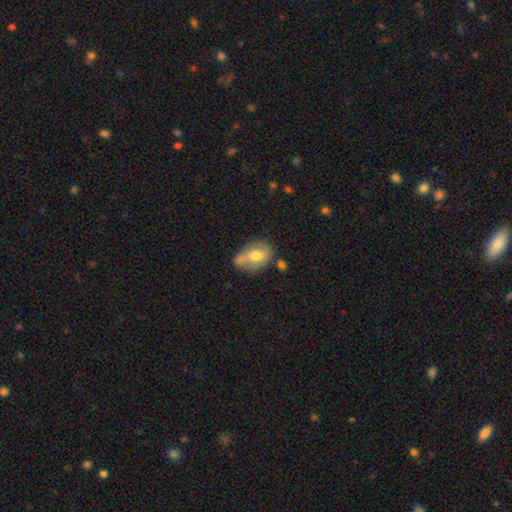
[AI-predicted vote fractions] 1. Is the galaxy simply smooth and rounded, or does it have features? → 58% smooth, 34% featured or disk, 8% star or artifact.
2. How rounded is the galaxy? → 81% in between, 17% round, 2% cigar-shaped.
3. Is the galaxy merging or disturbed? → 45% none, 26% minor disturbance, 21% merger, 8% major disturbance.